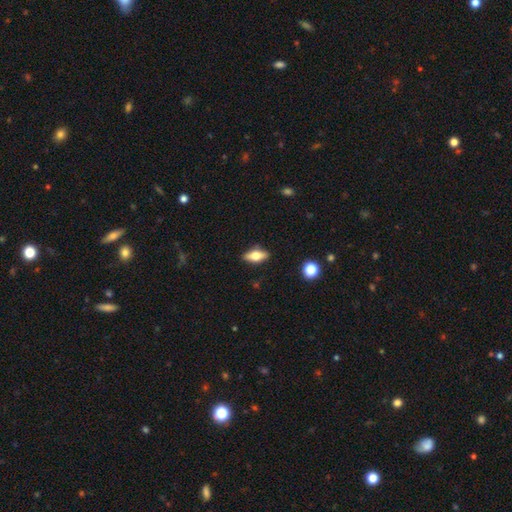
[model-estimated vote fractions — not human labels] smooth_or_featured: smooth (p=0.57) [alt: featured or disk p=0.35]
how_rounded: in between (p=0.76) [alt: cigar-shaped p=0.19]
merging: none (p=0.86) [alt: minor disturbance p=0.10]